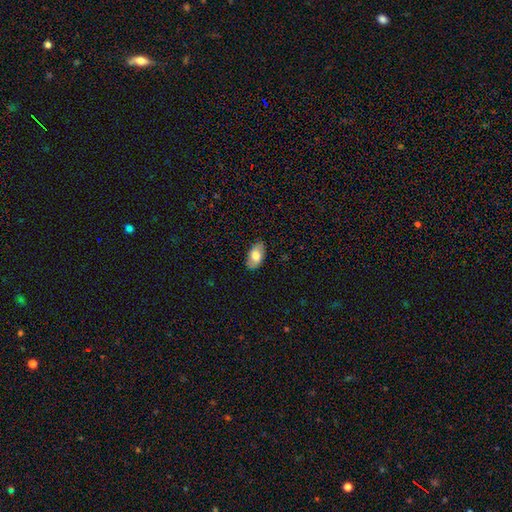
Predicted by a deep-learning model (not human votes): A smooth galaxy with no disk features (74%) that is in between round and cigar-shaped (94%).

Vote fractions:
- Smooth or featured? smooth: 74% / featured or disk: 19% / star or artifact: 7%
- How rounded? in between: 94% / round: 4% / cigar-shaped: 2%
- Merging? none: 85% / minor disturbance: 12% / major disturbance: 2% / merger: 1%